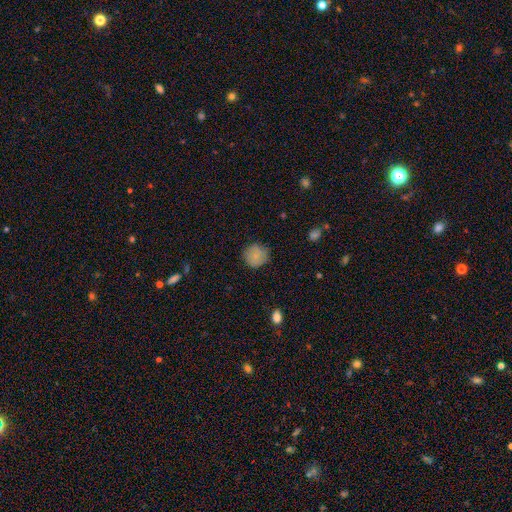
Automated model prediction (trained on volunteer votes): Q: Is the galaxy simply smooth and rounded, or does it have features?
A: smooth — 79%.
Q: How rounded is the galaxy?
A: round — 91%.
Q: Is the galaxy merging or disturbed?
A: none — 81%.